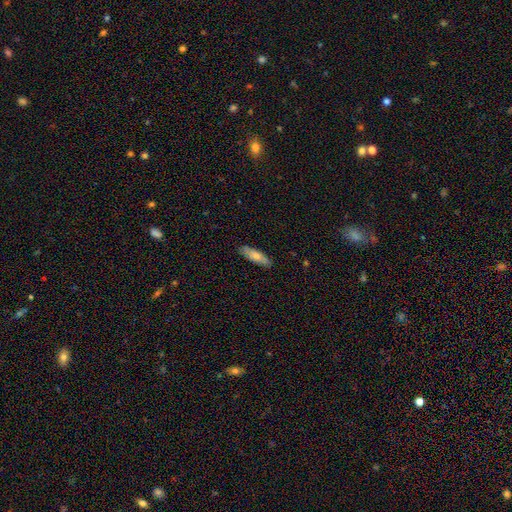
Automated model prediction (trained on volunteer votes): smooth 68%, featured or disk 26%, star or artifact 6%. Down the decision tree: how rounded — cigar-shaped (59%); merging — none (87%).